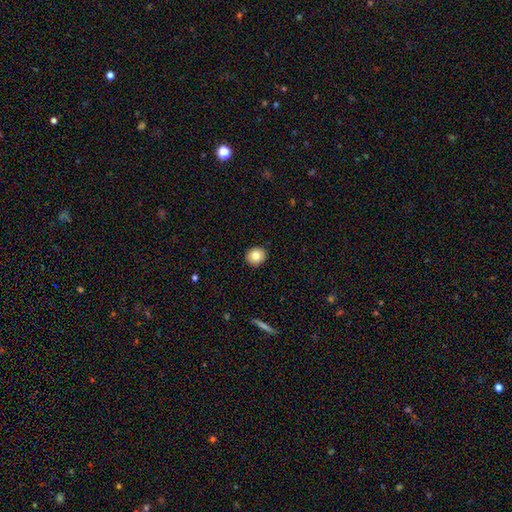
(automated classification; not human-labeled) Overall: smooth (80%). How rounded: round (80%). Merging: none (92%).